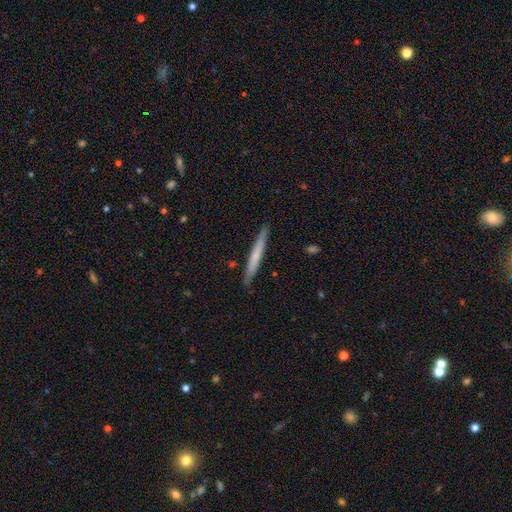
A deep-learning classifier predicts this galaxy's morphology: Smooth or featured: smooth — 57% (featured or disk — 38%)
How rounded: cigar-shaped — 97% (in between — 2%)
Merging: none — 89% (minor disturbance — 9%)